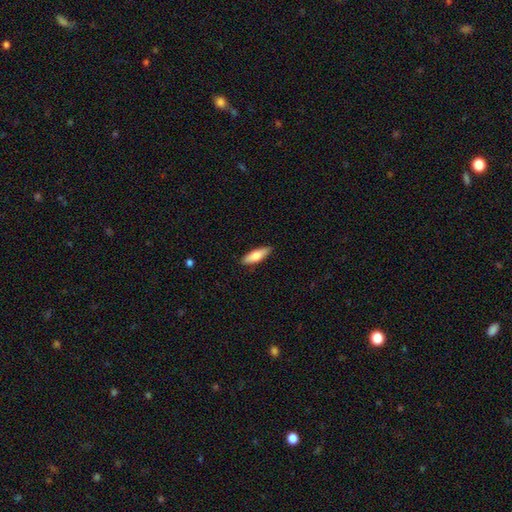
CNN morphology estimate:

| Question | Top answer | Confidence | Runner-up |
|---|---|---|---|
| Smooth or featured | smooth | 75% | featured or disk (20%) |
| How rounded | in between | 52% | cigar-shaped (46%) |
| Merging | none | 88% | minor disturbance (10%) |